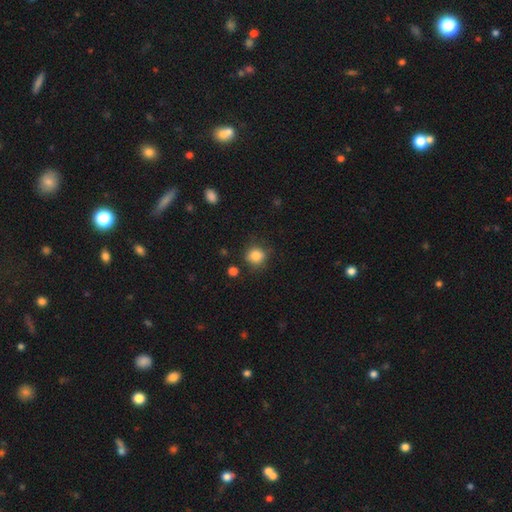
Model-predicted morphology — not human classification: This appears to be a smooth galaxy with no disk features (85%) that is round (83%). Merging: none (77%).